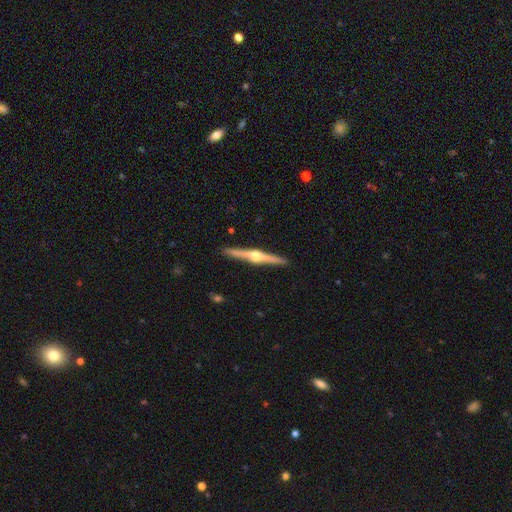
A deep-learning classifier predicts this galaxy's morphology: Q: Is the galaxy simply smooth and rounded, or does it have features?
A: featured or disk — 82%.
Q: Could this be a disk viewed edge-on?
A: yes — 99%.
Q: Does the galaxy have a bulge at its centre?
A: rounded — 95%.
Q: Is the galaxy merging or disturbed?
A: none — 92%.